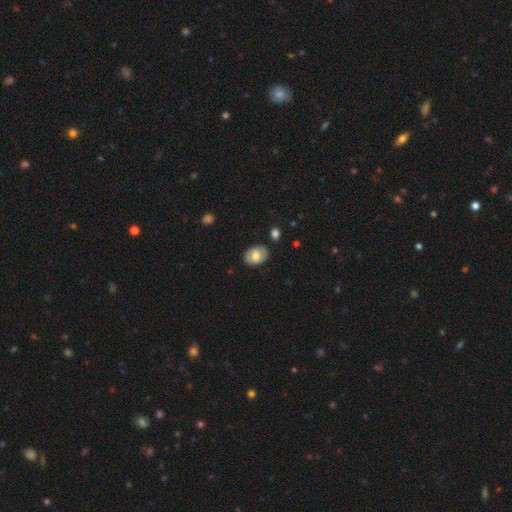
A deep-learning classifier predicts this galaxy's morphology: Smooth or featured? Predicted: smooth (p=0.69). How rounded? Predicted: in between (p=0.78). Merging? Predicted: none (p=0.82).